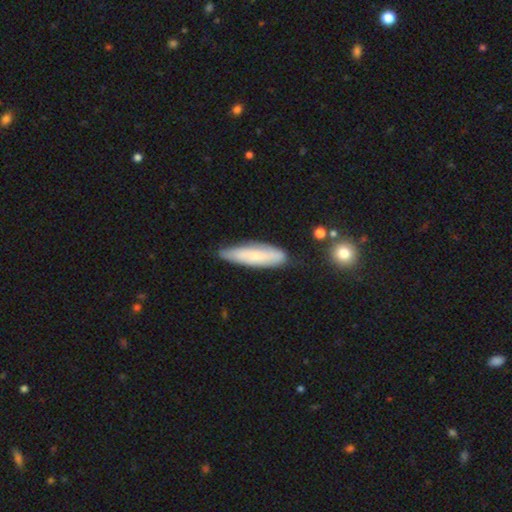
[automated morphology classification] The model was most divided on "smooth or featured": smooth: 62%, featured or disk: 32%, star or artifact: 6%. More confident: merging — none (73%); how rounded — cigar-shaped (65%).